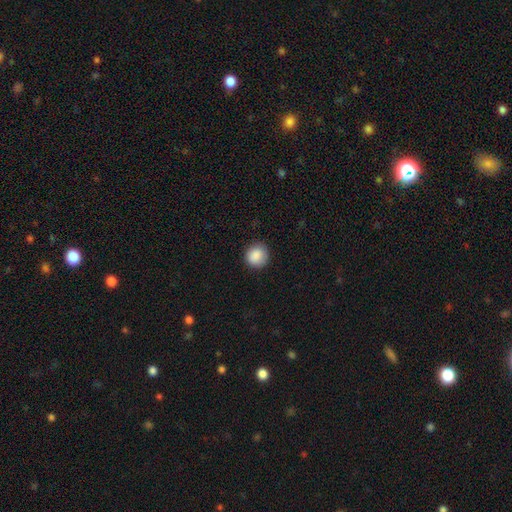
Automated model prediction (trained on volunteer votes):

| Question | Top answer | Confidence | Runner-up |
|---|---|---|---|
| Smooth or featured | smooth | 88% | star or artifact (8%) |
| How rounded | round | 89% | in between (10%) |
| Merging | none | 88% | minor disturbance (9%) |